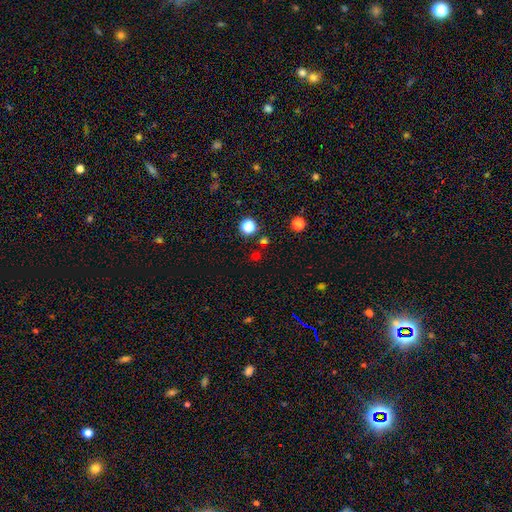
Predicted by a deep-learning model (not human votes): Smooth or featured? Predicted: smooth (p=0.54). How rounded? Predicted: round (p=0.90). Merging? Predicted: none (p=0.83).